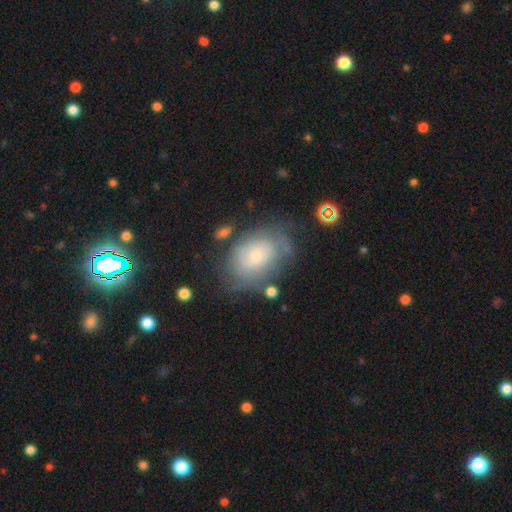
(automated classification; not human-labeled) featured or disk 56%, smooth 35%, star or artifact 9%. Down the decision tree: edge-on disk — no (96%); bar — no (78%); spiral arms — yes (75%); bulge size — small (69%); merging — none (56%).